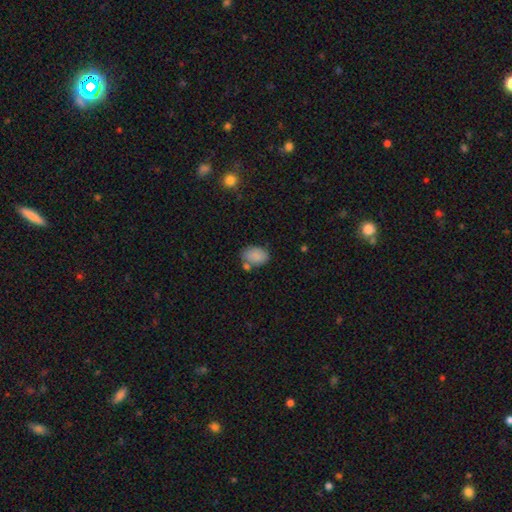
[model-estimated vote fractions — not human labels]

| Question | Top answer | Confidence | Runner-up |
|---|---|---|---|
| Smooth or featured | smooth | 86% | star or artifact (8%) |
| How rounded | in between | 82% | round (17%) |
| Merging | none | 63% | minor disturbance (18%) |